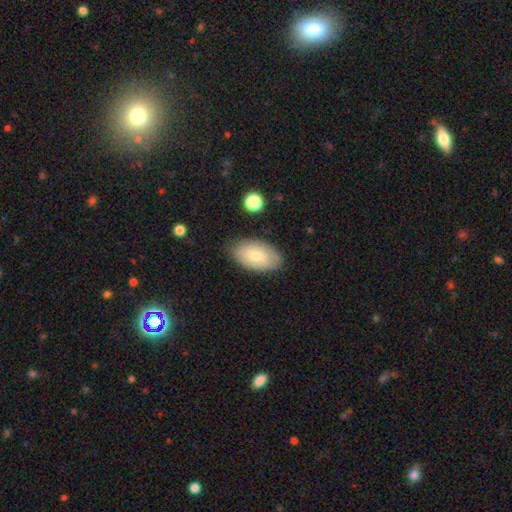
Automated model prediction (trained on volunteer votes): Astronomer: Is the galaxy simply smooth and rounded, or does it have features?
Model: smooth — 72%.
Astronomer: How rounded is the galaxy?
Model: in between — 94%.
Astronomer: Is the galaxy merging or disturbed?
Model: none — 82%.